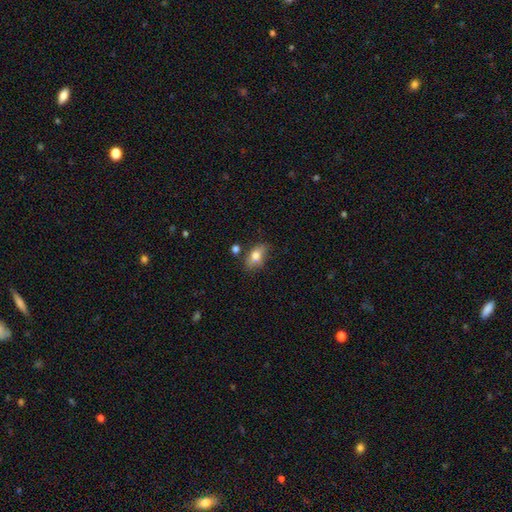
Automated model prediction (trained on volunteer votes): A smooth galaxy with no disk features (76%) that is in between round and cigar-shaped (86%).

Vote fractions:
- Smooth or featured? smooth: 76% / featured or disk: 16% / star or artifact: 8%
- How rounded? in between: 86% / round: 9% / cigar-shaped: 4%
- Merging? none: 65% / minor disturbance: 22% / merger: 7% / major disturbance: 6%